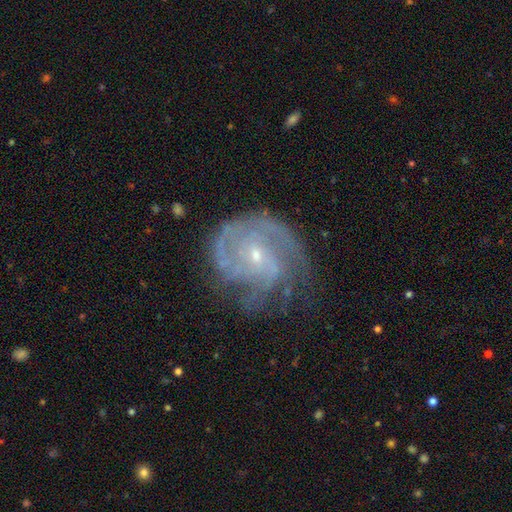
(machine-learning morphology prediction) The model was most divided on "spiral arm count": can't tell: 28%, 3: 27%, 2: 20%, 4: 12%, 1: 7%, more than 4: 6%. More confident: edge-on disk — no (98%); spiral arms — yes (95%); smooth or featured — featured or disk (86%); bulge size — small (77%); bar — no (60%); merging — none (57%); spiral winding — tight (54%).